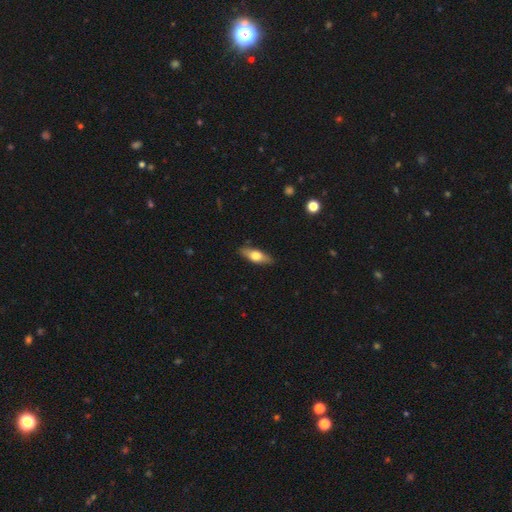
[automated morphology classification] This appears to be a smooth galaxy with no disk features (60%) that is in between round and cigar-shaped (61%). Merging: none (87%).